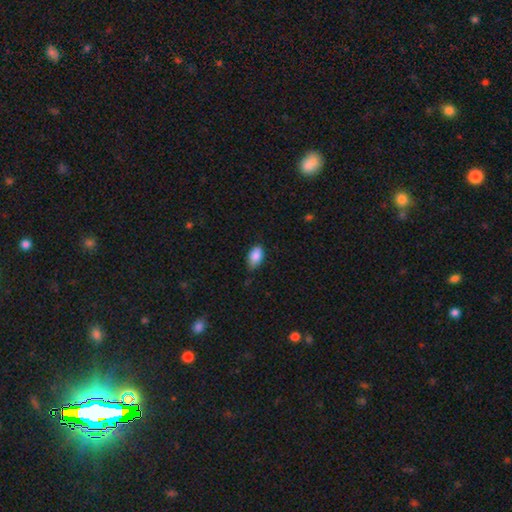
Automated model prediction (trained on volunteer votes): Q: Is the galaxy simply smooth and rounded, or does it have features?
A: smooth — 87%.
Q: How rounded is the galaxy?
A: in between — 92%.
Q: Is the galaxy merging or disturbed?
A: none — 66%.